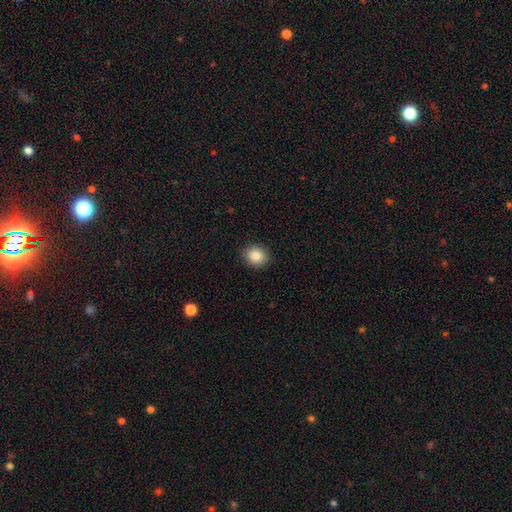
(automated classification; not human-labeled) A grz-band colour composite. It shows a smooth galaxy with no disk features (87%) that is round (67%). Merging: none (90%).